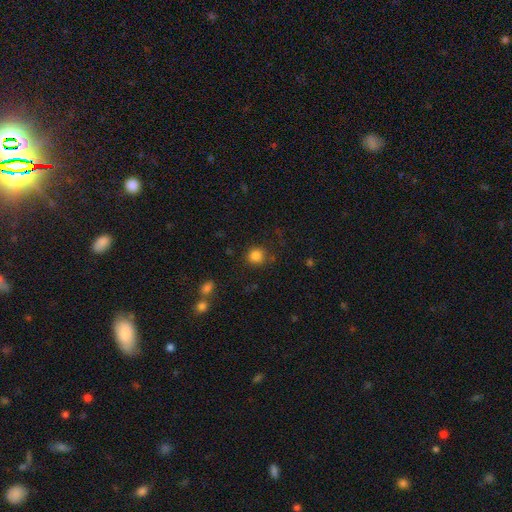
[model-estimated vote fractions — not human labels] Q: Smooth or featured?
A: smooth (84%); runner-up: star or artifact (12%)
Q: How rounded?
A: round (90%); runner-up: in between (10%)
Q: Merging?
A: none (83%); runner-up: minor disturbance (10%)